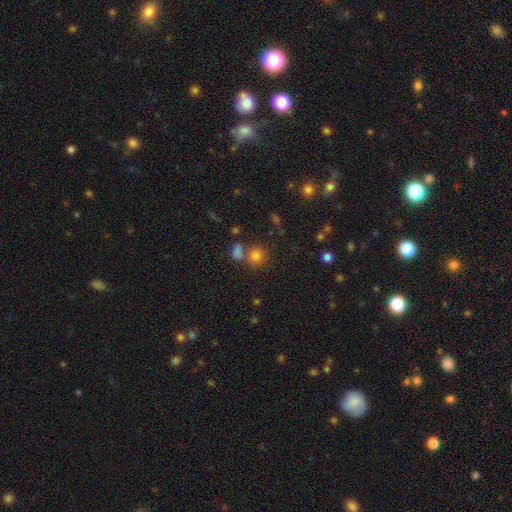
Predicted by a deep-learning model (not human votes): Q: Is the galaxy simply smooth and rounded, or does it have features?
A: smooth — 75%.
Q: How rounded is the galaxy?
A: round — 75%.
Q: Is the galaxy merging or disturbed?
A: none — 54%.